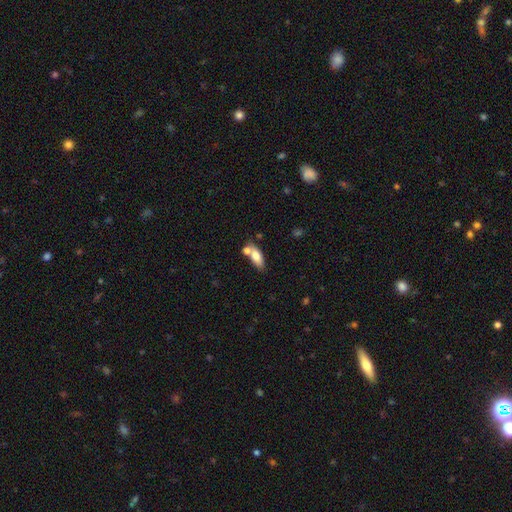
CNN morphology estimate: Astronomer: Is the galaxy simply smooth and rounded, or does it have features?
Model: smooth — 75%.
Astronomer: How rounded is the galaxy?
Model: in between — 77%.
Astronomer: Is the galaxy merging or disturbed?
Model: none — 51% (runner-up: merger, 30%).